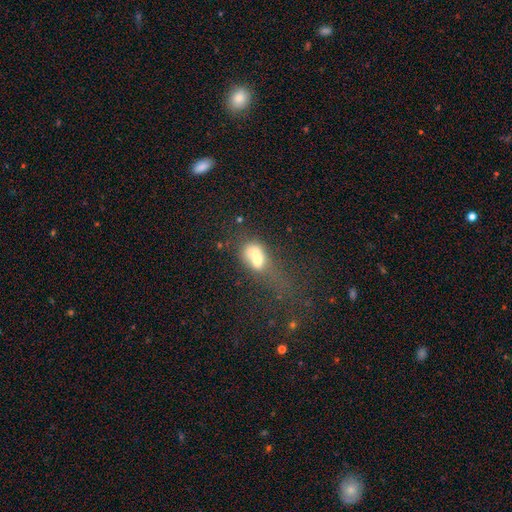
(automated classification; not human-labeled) Overall: smooth (61%; featured or disk 27%). How rounded: in between (62%; round 35%). Merging: merger (62%).